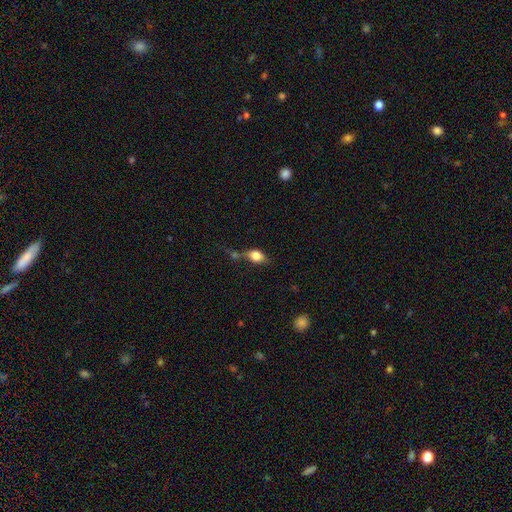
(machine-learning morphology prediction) smooth 78%, featured or disk 13%, star or artifact 9%. Down the decision tree: how rounded — in between (72%); merging — none (36%).